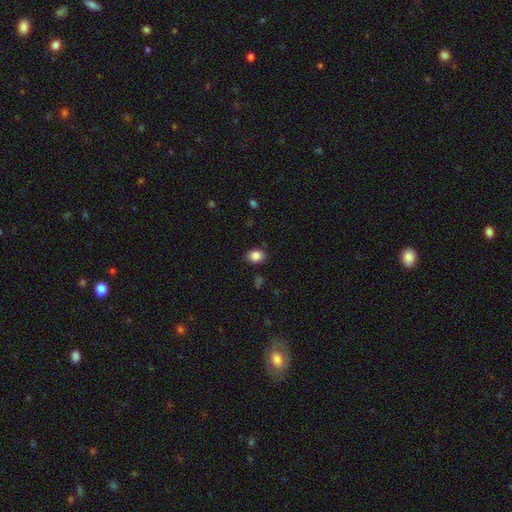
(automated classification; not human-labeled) The model was most divided on "how rounded": in between: 60%, round: 39%, cigar-shaped: 1%. More confident: merging — none (86%); smooth or featured — smooth (85%).